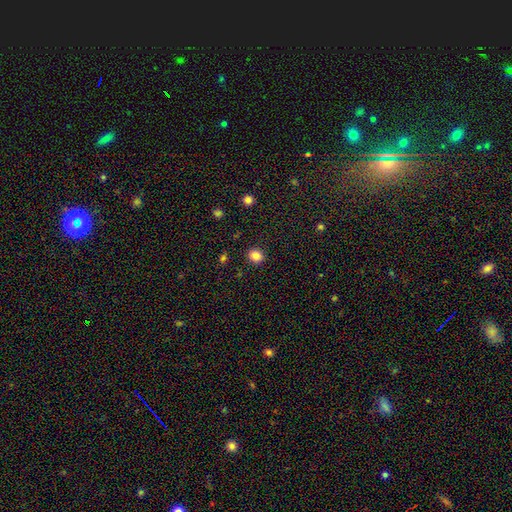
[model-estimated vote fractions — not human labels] smooth-or-featured: smooth: 85% | star or artifact: 11% | featured or disk: 4%
  how-rounded: round: 74% | in between: 25% | cigar-shaped: 1%
  merging: none: 91% | minor disturbance: 6% | major disturbance: 2% | merger: 1%